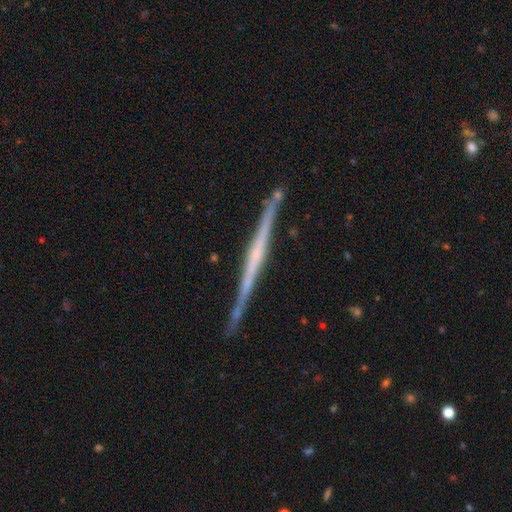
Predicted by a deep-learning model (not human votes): The model was most divided on "edge-on bulge": none: 54%, rounded: 30%, boxy: 16%. More confident: edge-on disk — yes (98%); merging — none (87%); smooth or featured — featured or disk (80%).